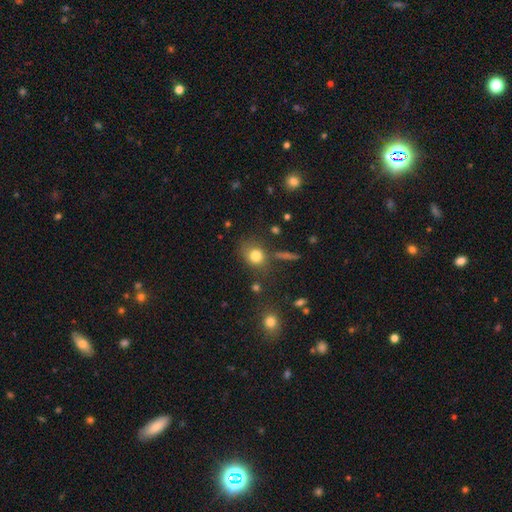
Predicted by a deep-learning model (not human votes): The model was most divided on "how rounded": round: 59%, in between: 40%, cigar-shaped: 2%. More confident: smooth or featured — smooth (79%); merging — none (66%).